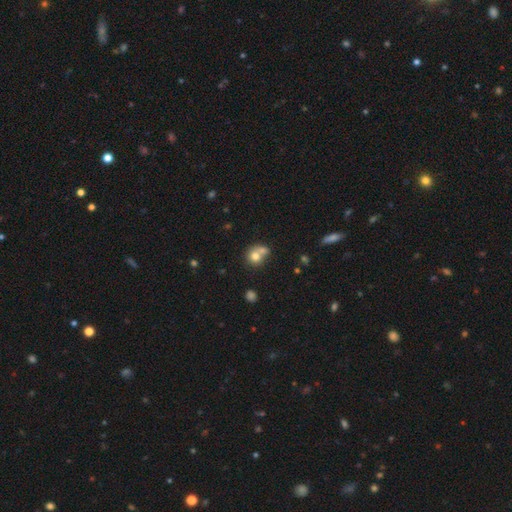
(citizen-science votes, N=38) smooth 79%, featured or disk 18%, star or artifact 3%. Down the decision tree: how rounded — round (80%); merging — merger (68%).